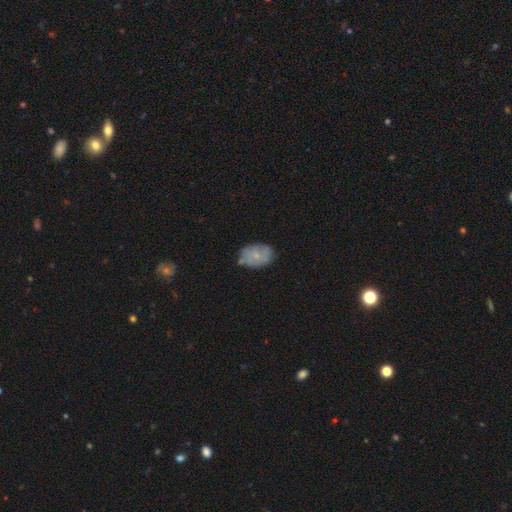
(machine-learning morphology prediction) Smooth or featured: smooth — 63% (featured or disk — 29%)
How rounded: in between — 86% (round — 13%)
Merging: none — 69% (minor disturbance — 23%)